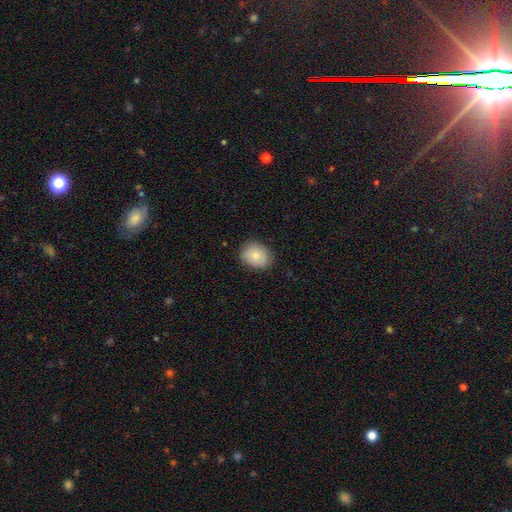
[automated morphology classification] Q: Smooth or featured?
A: smooth (83%); runner-up: featured or disk (9%)
Q: How rounded?
A: round (52%); runner-up: in between (47%)
Q: Merging?
A: none (85%); runner-up: minor disturbance (12%)